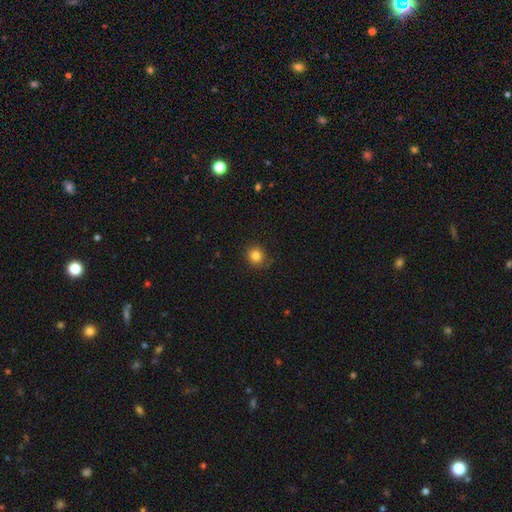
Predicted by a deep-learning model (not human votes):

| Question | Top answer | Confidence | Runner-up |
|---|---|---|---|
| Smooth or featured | smooth | 83% | star or artifact (12%) |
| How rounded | round | 91% | in between (8%) |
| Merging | none | 86% | minor disturbance (10%) |